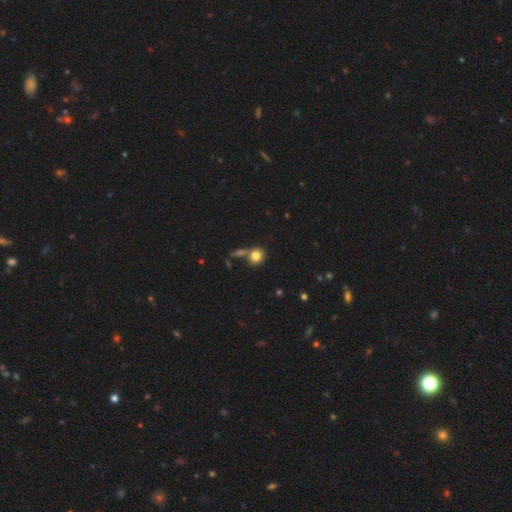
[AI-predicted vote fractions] A smooth galaxy with no disk features (82%) that is round (71%).

Vote fractions:
- Smooth or featured? smooth: 82% / star or artifact: 10% / featured or disk: 8%
- How rounded? round: 71% / in between: 27% / cigar-shaped: 2%
- Merging? none: 60% / merger: 24% / minor disturbance: 11% / major disturbance: 5%